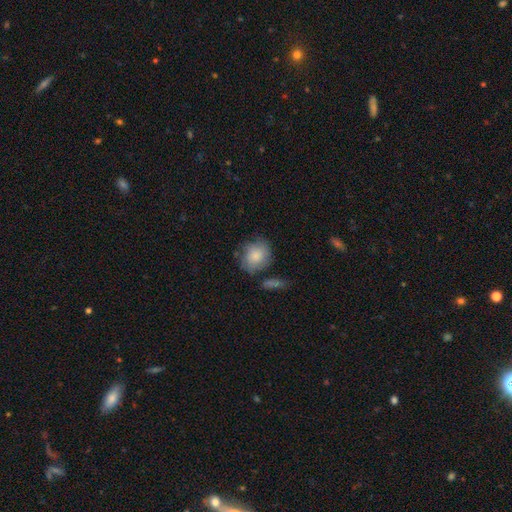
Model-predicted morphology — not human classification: This is clearly a smooth galaxy (80%). How rounded: likely round (67%). Merging: likely none (62%).